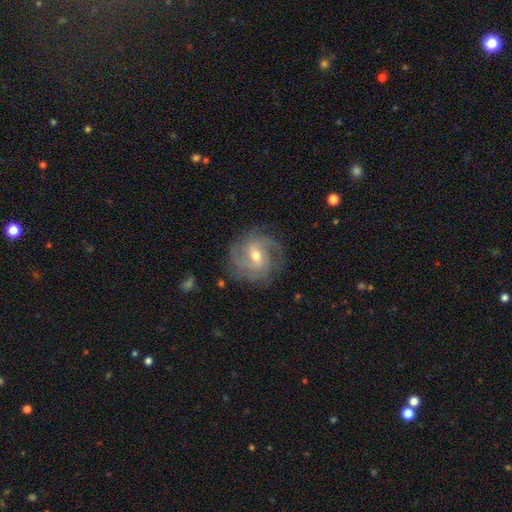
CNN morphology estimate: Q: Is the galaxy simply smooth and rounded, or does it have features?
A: featured or disk — 85%.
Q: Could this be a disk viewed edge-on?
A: no — 97%.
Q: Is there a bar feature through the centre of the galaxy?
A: weak — 52%.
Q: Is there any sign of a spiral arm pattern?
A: yes — 95%.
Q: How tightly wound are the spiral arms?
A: medium — 44%.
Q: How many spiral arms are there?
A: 2 — 32%.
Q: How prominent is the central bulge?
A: moderate — 59%.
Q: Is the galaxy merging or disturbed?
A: none — 79%.